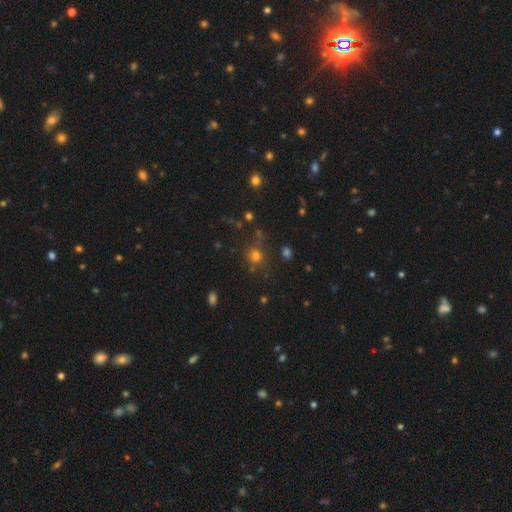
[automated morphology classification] Smooth or featured: smooth — 69% (star or artifact — 24%)
How rounded: round — 86% (in between — 13%)
Merging: none — 74% (minor disturbance — 13%)